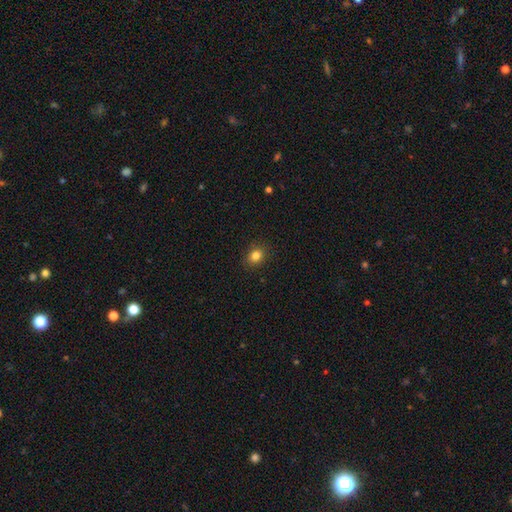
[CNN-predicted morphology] A smooth galaxy with no disk features (83%) that is round (61%).

Vote fractions:
- Smooth or featured? smooth: 83% / star or artifact: 12% / featured or disk: 5%
- How rounded? round: 61% / in between: 38% / cigar-shaped: 1%
- Merging? none: 89% / minor disturbance: 8% / major disturbance: 2% / merger: 1%